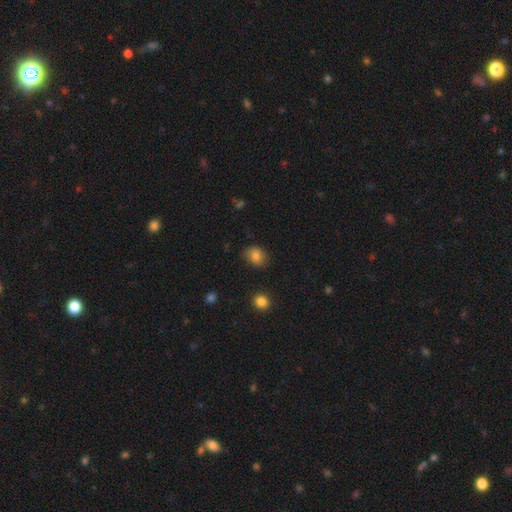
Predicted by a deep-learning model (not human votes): Overall: smooth (83%). How rounded: round (50%; in between 49%). Merging: none (79%).